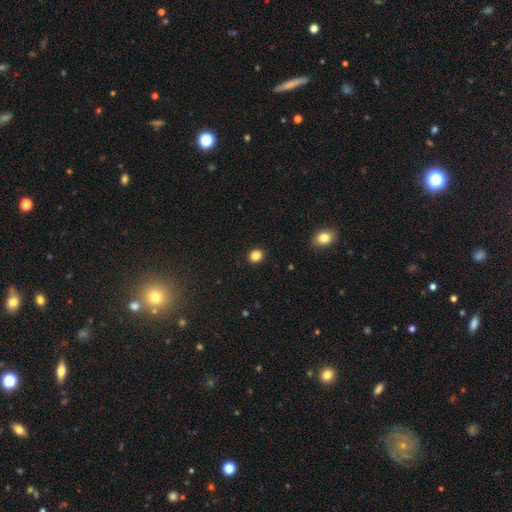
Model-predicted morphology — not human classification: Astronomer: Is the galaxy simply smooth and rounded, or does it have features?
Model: smooth — 85%.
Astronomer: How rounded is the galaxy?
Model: round — 79%.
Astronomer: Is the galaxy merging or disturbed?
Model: none — 91%.